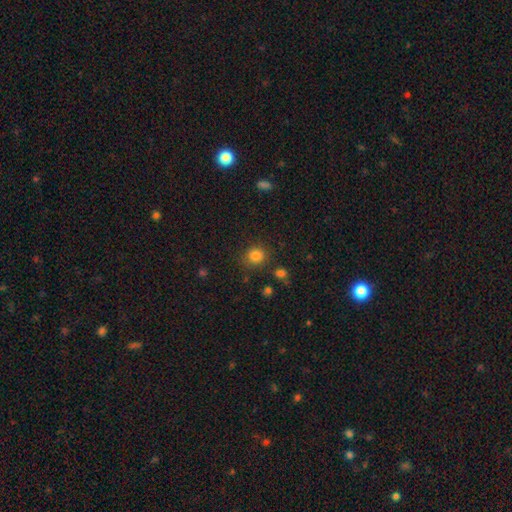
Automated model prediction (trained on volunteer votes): A smooth galaxy with no disk features (83%) that is round (86%).

Vote fractions:
- Smooth or featured? smooth: 83% / star or artifact: 12% / featured or disk: 5%
- How rounded? round: 86% / in between: 13% / cigar-shaped: 1%
- Merging? none: 83% / minor disturbance: 10% / major disturbance: 3% / merger: 3%